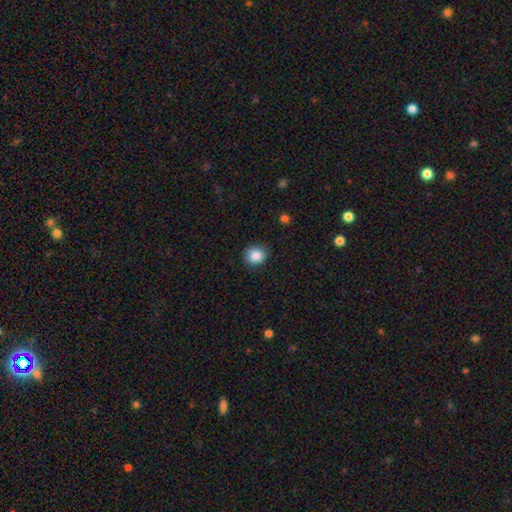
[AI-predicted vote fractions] smooth 86%, star or artifact 10%, featured or disk 5%. Down the decision tree: how rounded — round (81%); merging — none (84%).